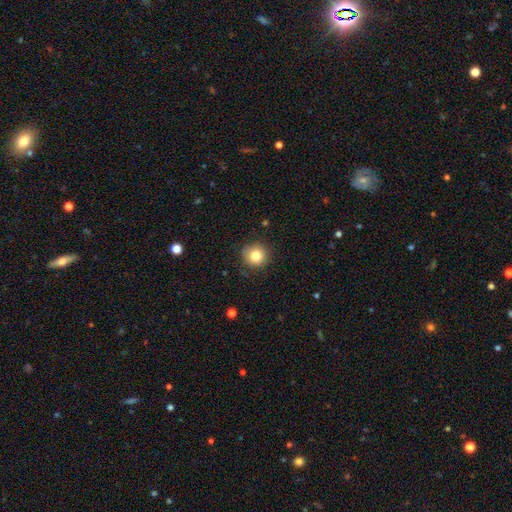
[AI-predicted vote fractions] Smooth or featured? smooth (82%)
How rounded? round (92%)
Merging? none (87%)